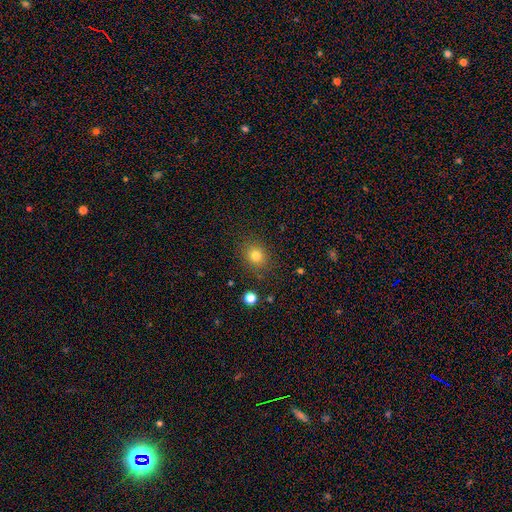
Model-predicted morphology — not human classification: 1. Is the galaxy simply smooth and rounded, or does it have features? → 80% smooth, 13% star or artifact, 7% featured or disk.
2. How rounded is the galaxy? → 74% round, 25% in between, 1% cigar-shaped.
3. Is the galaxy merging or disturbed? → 85% none, 9% minor disturbance, 3% major disturbance, 2% merger.